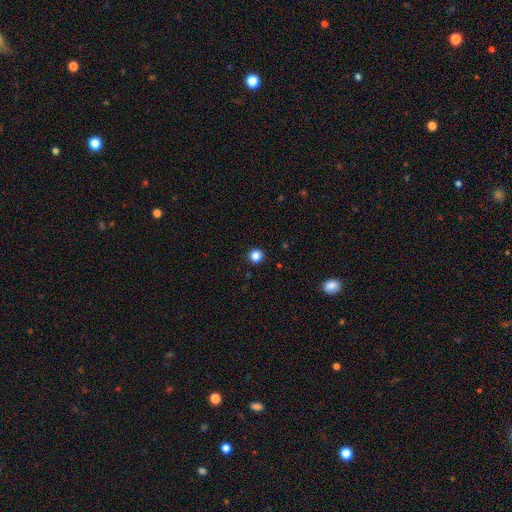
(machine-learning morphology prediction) Smooth or featured?
  - smooth: 85% *
  - star or artifact: 11%
  - featured or disk: 3%
How rounded?
  - round: 95% *
  - in between: 5%
  - cigar-shaped: 1%
Merging?
  - none: 93% *
  - minor disturbance: 5%
  - major disturbance: 2%
  - merger: 1%